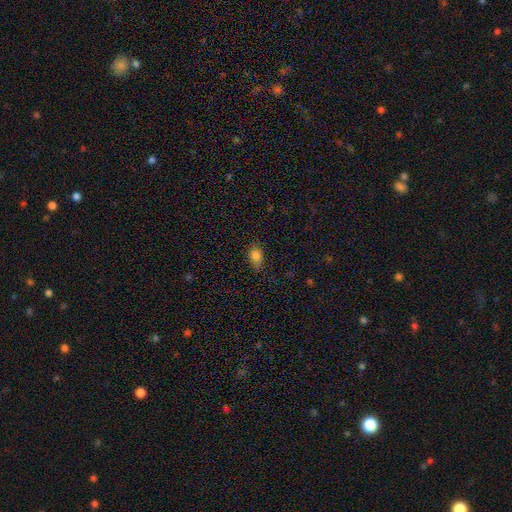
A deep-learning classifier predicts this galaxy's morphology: A smooth galaxy with no disk features (83%) that is in between round and cigar-shaped (77%).

Vote fractions:
- Smooth or featured? smooth: 83% / star or artifact: 11% / featured or disk: 6%
- How rounded? in between: 77% / round: 20% / cigar-shaped: 2%
- Merging? none: 68% / minor disturbance: 25% / major disturbance: 6% / merger: 1%